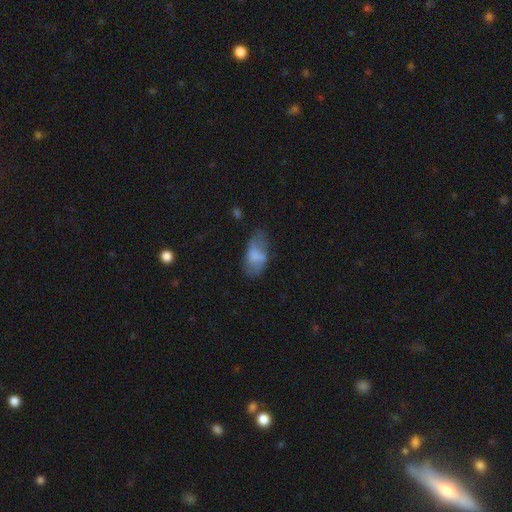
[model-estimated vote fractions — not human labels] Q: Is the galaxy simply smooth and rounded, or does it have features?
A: smooth — 68%.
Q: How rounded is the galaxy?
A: in between — 91%.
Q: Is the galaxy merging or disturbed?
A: none — 44%.